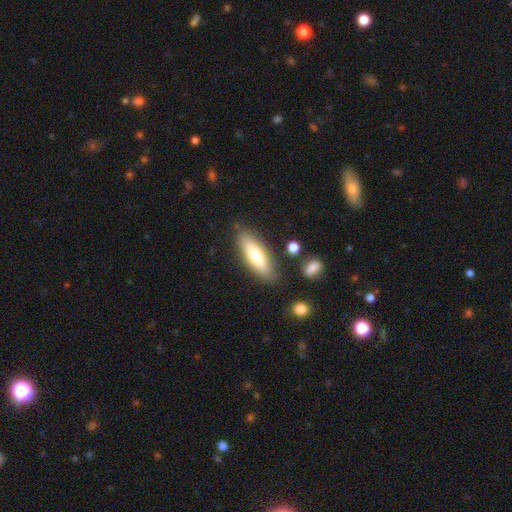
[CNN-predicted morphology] Smooth or featured?
  - smooth: 68% *
  - featured or disk: 25%
  - star or artifact: 6%
How rounded?
  - in between: 51% *
  - cigar-shaped: 47%
  - round: 2%
Merging?
  - none: 80% *
  - minor disturbance: 13%
  - merger: 4%
  - major disturbance: 3%